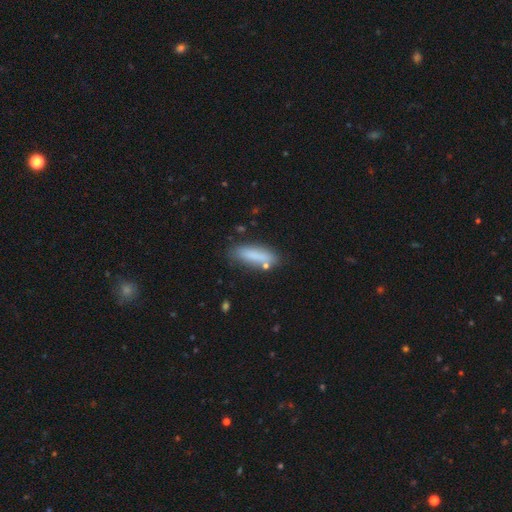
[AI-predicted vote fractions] smooth-or-featured: smooth: 82% | featured or disk: 11% | star or artifact: 7%
  how-rounded: cigar-shaped: 60% | in between: 38% | round: 2%
  merging: none: 75% | minor disturbance: 15% | merger: 5% | major disturbance: 4%